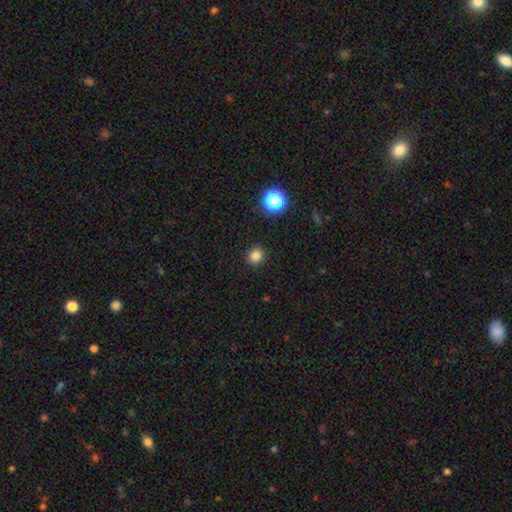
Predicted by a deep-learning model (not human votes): smooth_or_featured: smooth (p=0.82) [alt: star or artifact p=0.14]
how_rounded: round (p=0.81) [alt: in between p=0.18]
merging: none (p=0.91) [alt: minor disturbance p=0.06]